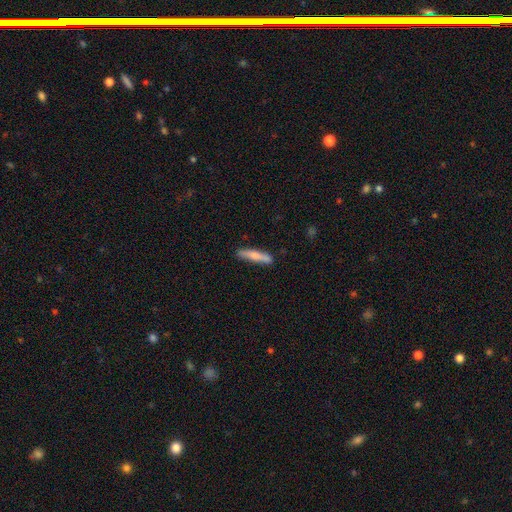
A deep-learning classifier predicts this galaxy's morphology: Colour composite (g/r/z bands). It shows a smooth galaxy with no disk features (72%) that is cigar-shaped (89%). Merging: none (84%).